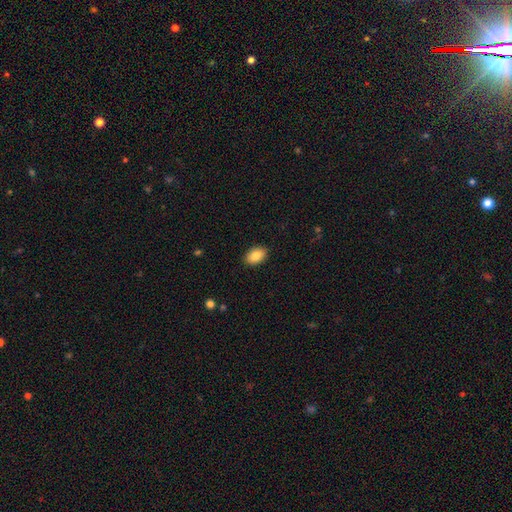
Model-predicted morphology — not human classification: This appears to be a smooth galaxy with no disk features (86%) that is in between round and cigar-shaped (88%). Merging: none (89%).